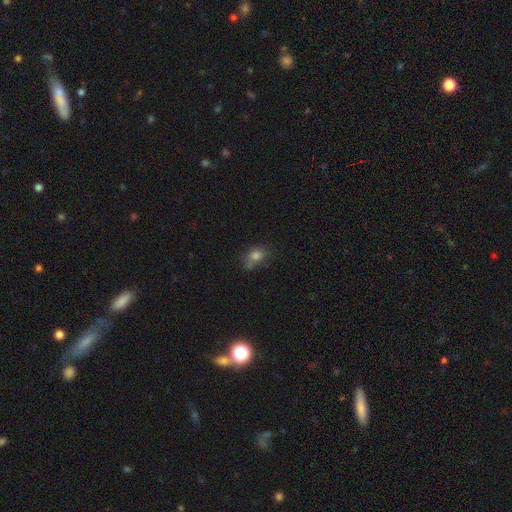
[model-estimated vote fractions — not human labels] This is likely a smooth galaxy (75%). How rounded: possibly in between (60%). Merging: possibly none (49%).